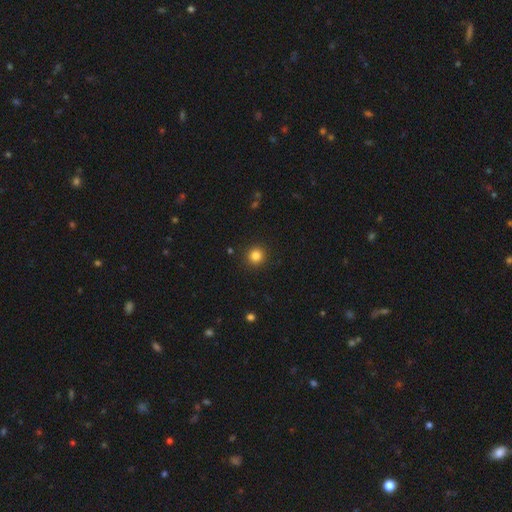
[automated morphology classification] A smooth galaxy with no disk features (83%) that is round (94%).

Vote fractions:
- Smooth or featured? smooth: 83% / star or artifact: 12% / featured or disk: 5%
- How rounded? round: 94% / in between: 6% / cigar-shaped: 1%
- Merging? none: 92% / minor disturbance: 5% / major disturbance: 2% / merger: 1%